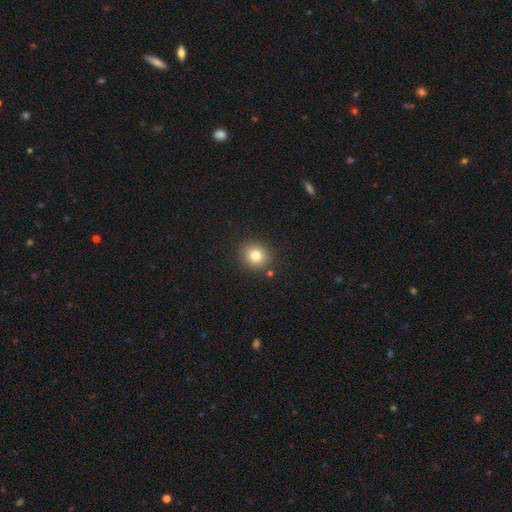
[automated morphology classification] Smooth or featured? smooth (80%)
How rounded? round (85%)
Merging? none (87%)